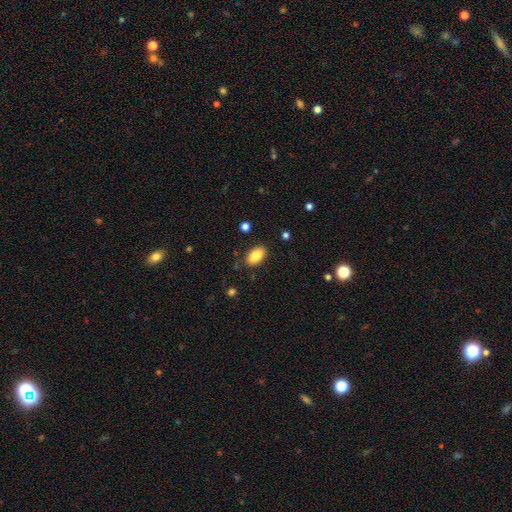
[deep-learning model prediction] Smooth or featured? Predicted: smooth (p=0.85). How rounded? Predicted: in between (p=0.92). Merging? Predicted: none (p=0.85).